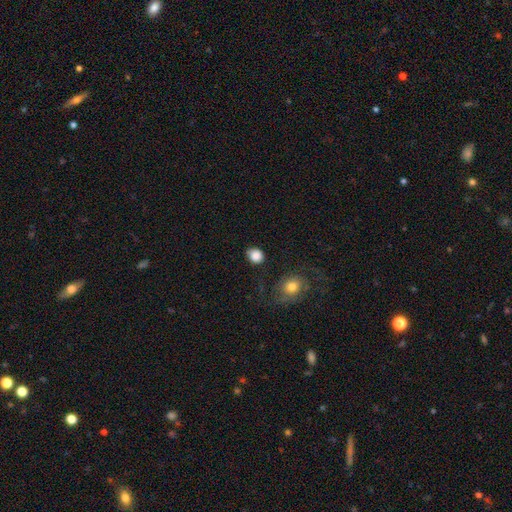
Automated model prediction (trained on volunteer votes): Overall: smooth (86%). How rounded: round (69%). Merging: none (73%).